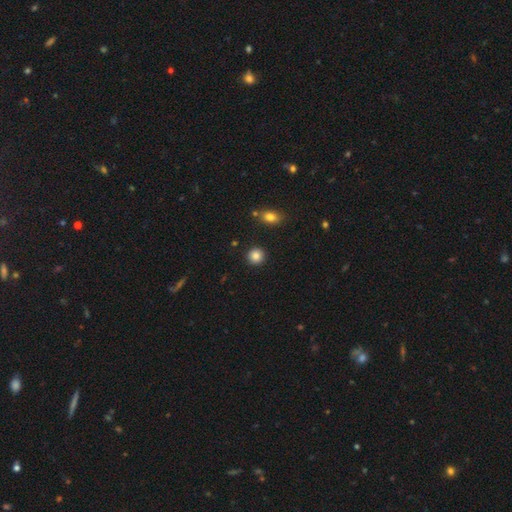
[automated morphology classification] A smooth galaxy with no disk features (86%) that is round (92%). Merging: none (91%).